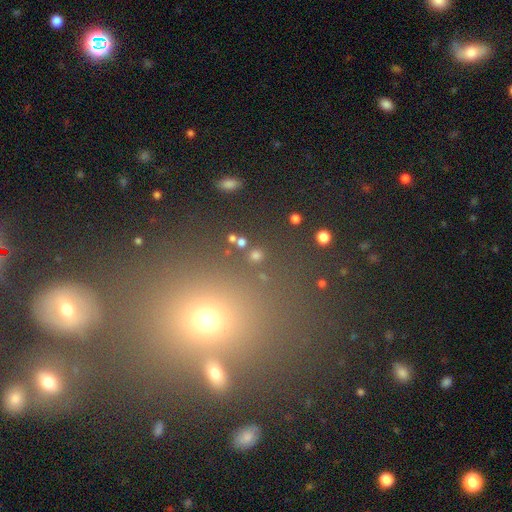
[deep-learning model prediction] This appears to be a smooth galaxy with no disk features (52%) that is round (64%). Merging: none (74%).